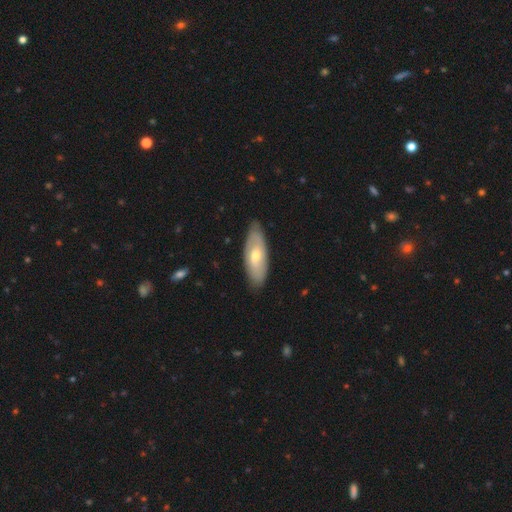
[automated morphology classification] Smooth or featured? featured or disk (49%)
Merging? none (83%)